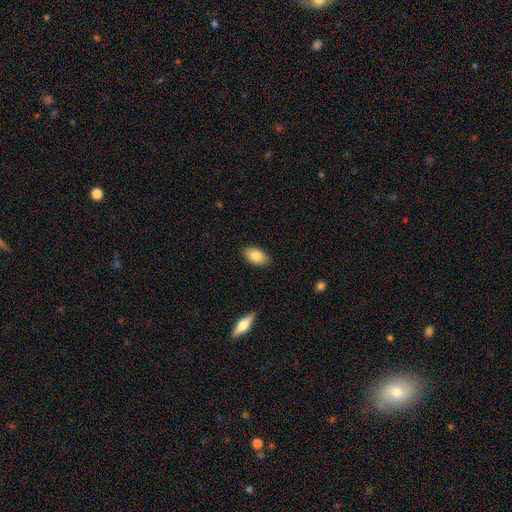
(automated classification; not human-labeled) The model was most divided on "smooth or featured": smooth: 85%, featured or disk: 9%, star or artifact: 7%. More confident: how rounded — in between (93%); merging — none (88%).